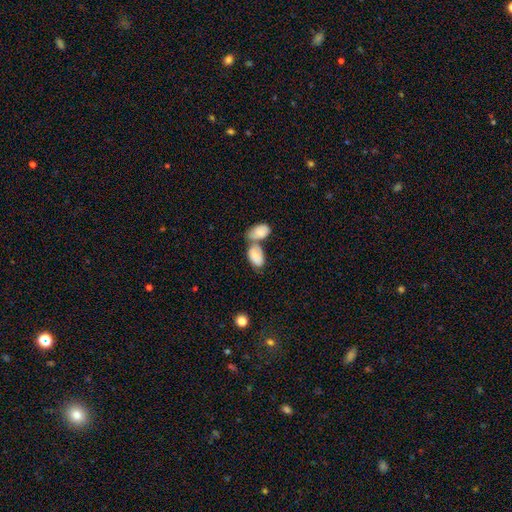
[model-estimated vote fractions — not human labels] Q: Smooth or featured?
A: smooth (78%); runner-up: featured or disk (15%)
Q: How rounded?
A: in between (94%); runner-up: round (5%)
Q: Merging?
A: merger (58%); runner-up: none (25%)